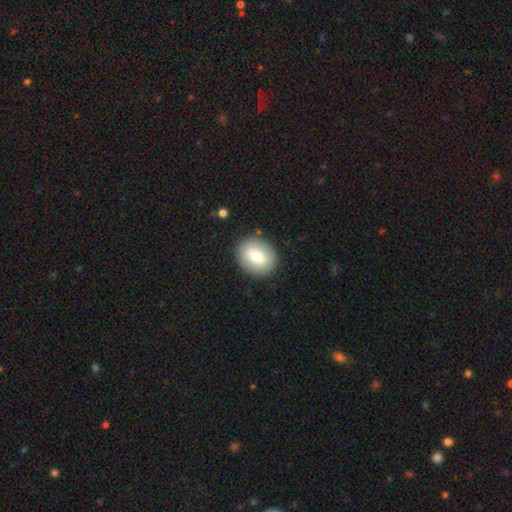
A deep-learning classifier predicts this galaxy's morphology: This appears to be a smooth galaxy with no disk features (76%) that is in between round and cigar-shaped (50%). Merging: none (88%).